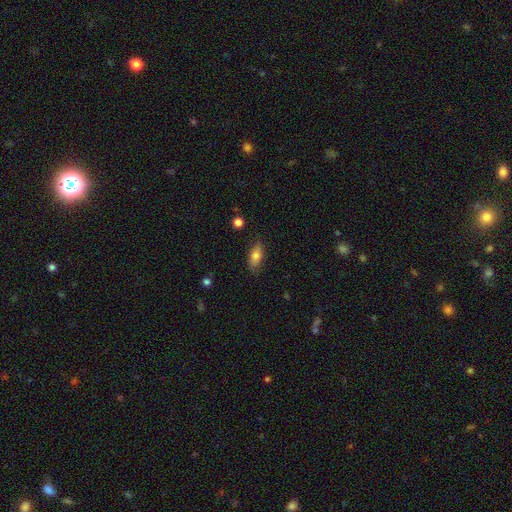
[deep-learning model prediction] This appears to be a smooth galaxy with no disk features (75%) that is in between round and cigar-shaped (79%). Merging: none (80%).